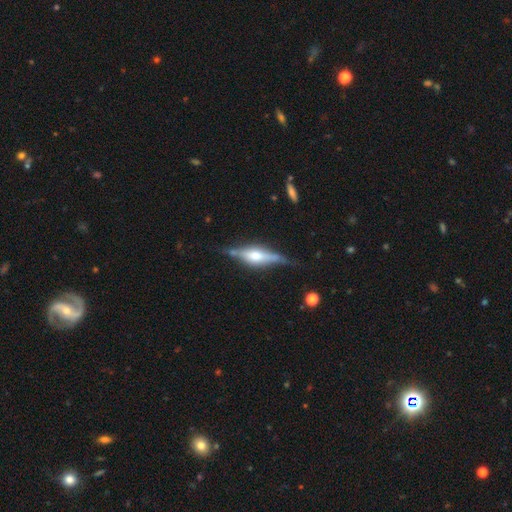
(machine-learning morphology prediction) type=featured or disk (76%); edge-on=yes (95%); edge-on bulge=rounded (79%); merging=none (76%).